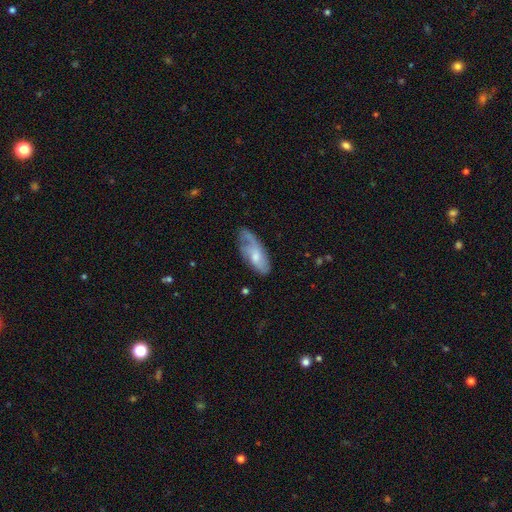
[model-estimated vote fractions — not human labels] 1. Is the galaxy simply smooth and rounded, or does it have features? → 47% smooth, 46% featured or disk, 6% star or artifact.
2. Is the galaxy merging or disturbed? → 47% none, 32% minor disturbance, 18% major disturbance, 3% merger.